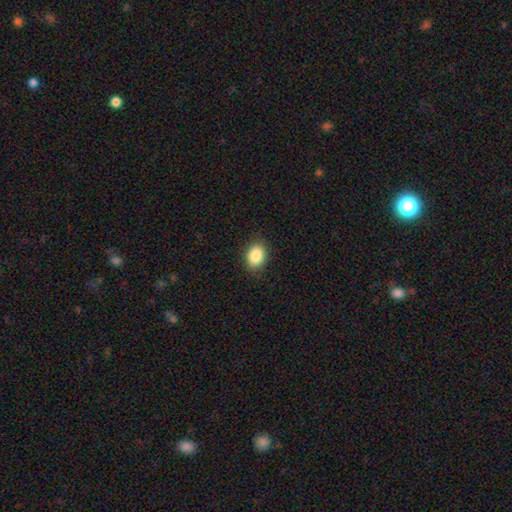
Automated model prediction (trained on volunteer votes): Smooth or featured: smooth — 88% (star or artifact — 8%)
How rounded: in between — 72% (round — 27%)
Merging: none — 88% (minor disturbance — 9%)